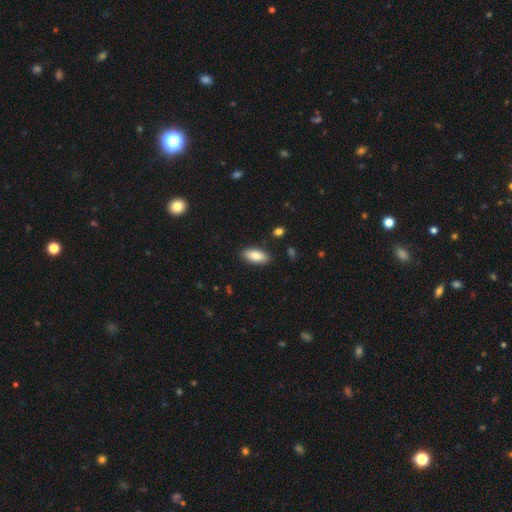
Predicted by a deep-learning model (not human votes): A smooth galaxy with no disk features (85%) that is in between round and cigar-shaped (86%). Merging: none (87%).